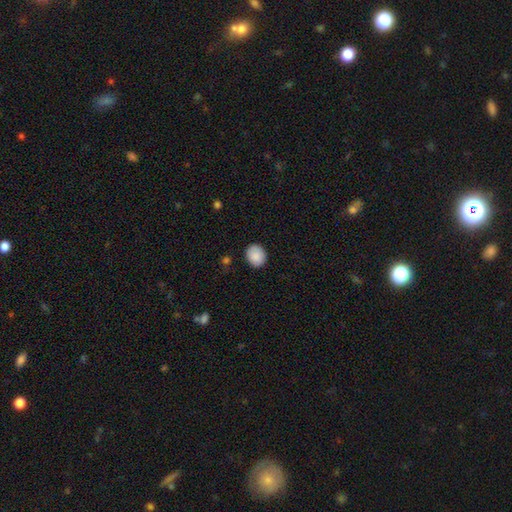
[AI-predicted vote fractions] Smooth or featured? Predicted: smooth (p=0.88). How rounded? Predicted: round (p=0.62). Merging? Predicted: none (p=0.86).